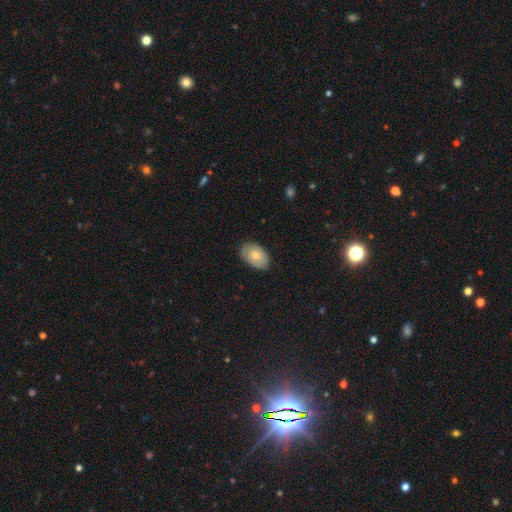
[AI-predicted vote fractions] The model was most divided on "smooth or featured": smooth: 73%, featured or disk: 21%, star or artifact: 6%. More confident: how rounded — in between (88%); merging — none (80%).